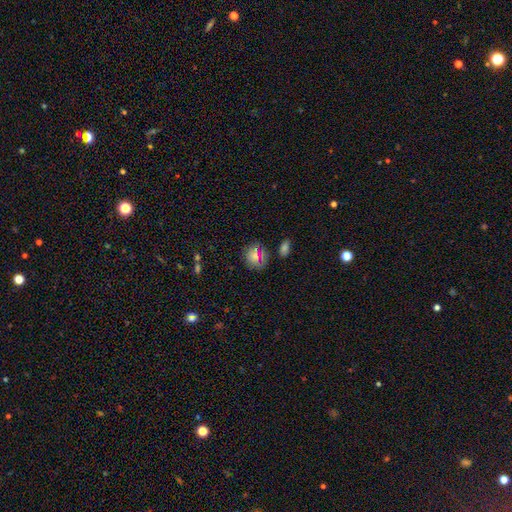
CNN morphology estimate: type=smooth (73%); roundness=round (77%); merging=none (78%).